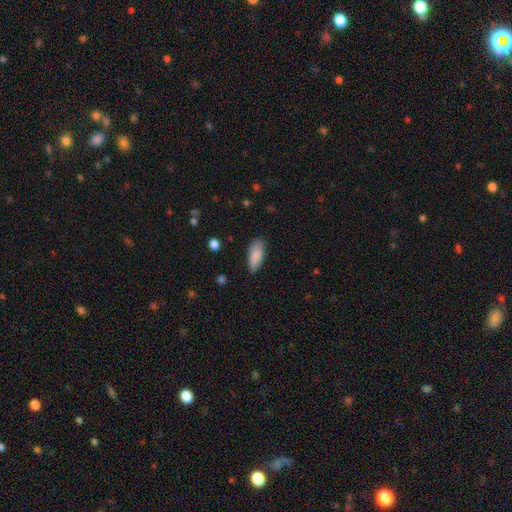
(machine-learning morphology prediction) Q: Smooth or featured?
A: smooth (88%); runner-up: star or artifact (6%)
Q: How rounded?
A: in between (81%); runner-up: cigar-shaped (17%)
Q: Merging?
A: none (83%); runner-up: minor disturbance (13%)